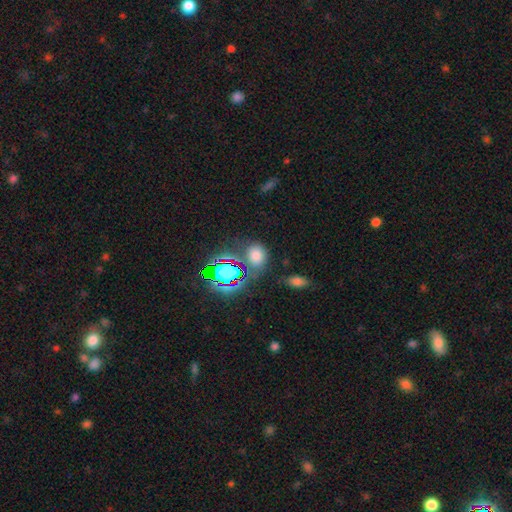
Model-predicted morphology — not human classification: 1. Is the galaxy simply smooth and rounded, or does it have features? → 65% smooth, 27% star or artifact, 8% featured or disk.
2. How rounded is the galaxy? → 51% round, 47% in between, 2% cigar-shaped.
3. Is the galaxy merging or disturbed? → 67% none, 17% minor disturbance, 10% merger, 7% major disturbance.